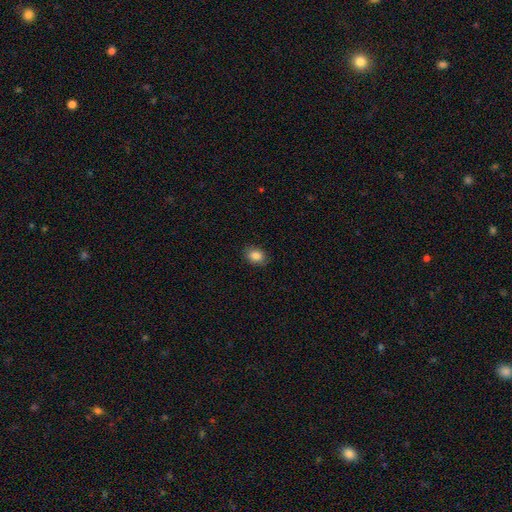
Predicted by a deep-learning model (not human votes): smooth 85%, star or artifact 9%, featured or disk 6%. Down the decision tree: how rounded — in between (65%); merging — none (85%).